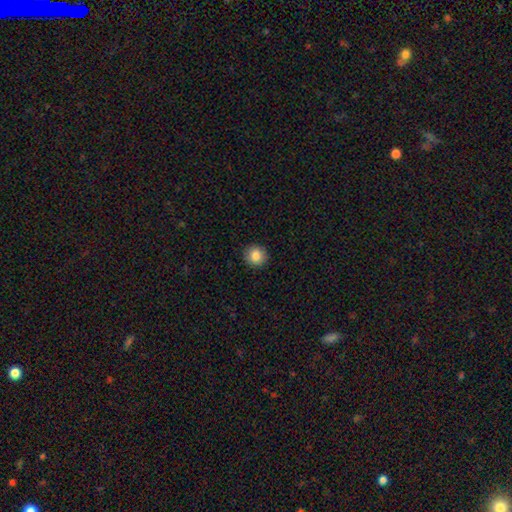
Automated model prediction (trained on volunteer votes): Morphology: type=smooth (85%); roundness=round (92%); merging=none (92%).